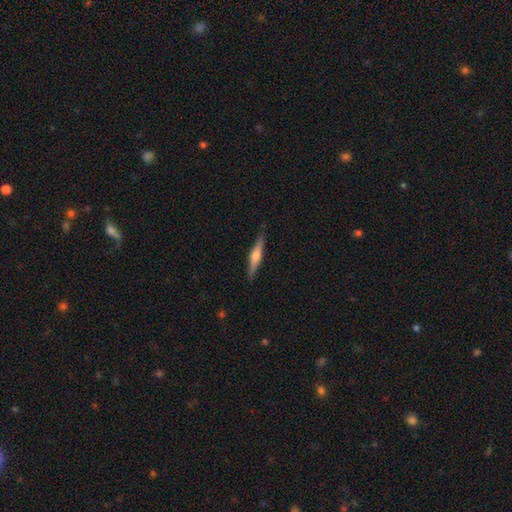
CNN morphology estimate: Smooth or featured: featured or disk — 59% (smooth — 36%)
Edge-on disk: yes — 97% (no — 3%)
Edge-on bulge: rounded — 86% (boxy — 9%)
Merging: none — 87% (minor disturbance — 10%)